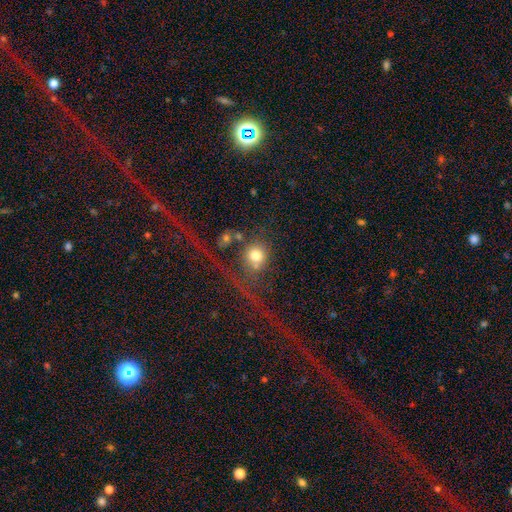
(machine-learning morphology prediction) This is likely a smooth galaxy (66%). How rounded: clearly round (81%). Merging: marginally none (35%).